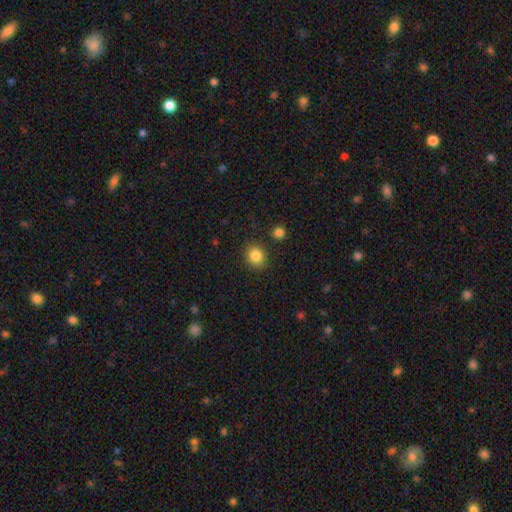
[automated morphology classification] The model was most divided on "how rounded": round: 73%, in between: 26%, cigar-shaped: 1%. More confident: merging — none (86%); smooth or featured — smooth (85%).